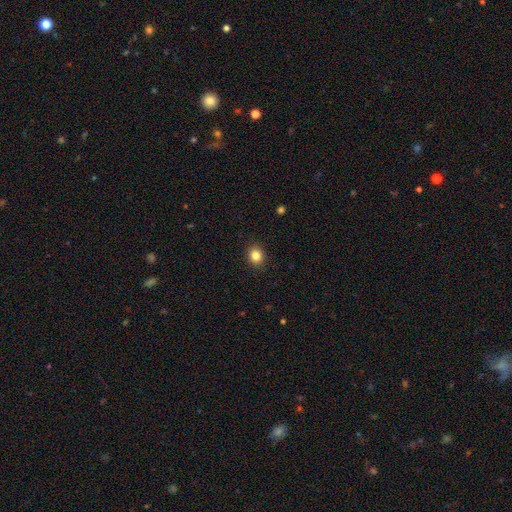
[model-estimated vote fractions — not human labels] A smooth galaxy with no disk features (84%) that is round (75%). Merging: none (91%).